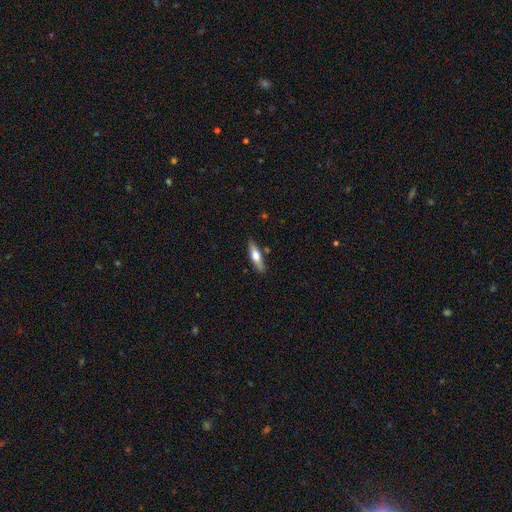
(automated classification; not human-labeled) Smooth or featured? smooth (56%)
How rounded? cigar-shaped (64%)
Merging? none (83%)